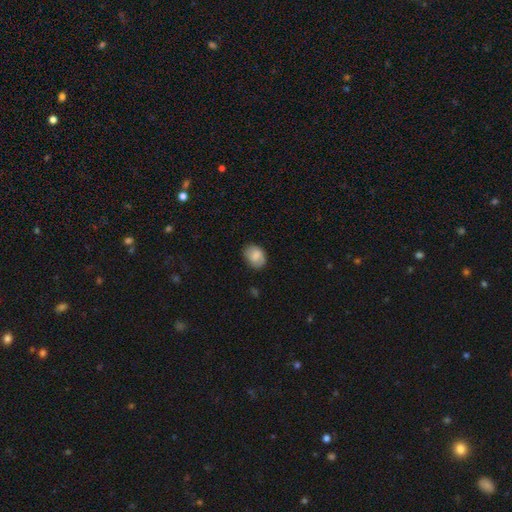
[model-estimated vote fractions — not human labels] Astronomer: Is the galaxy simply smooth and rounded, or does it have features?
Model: smooth — 81%.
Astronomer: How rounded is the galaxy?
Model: in between — 68%.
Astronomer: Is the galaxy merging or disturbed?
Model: none — 74%.